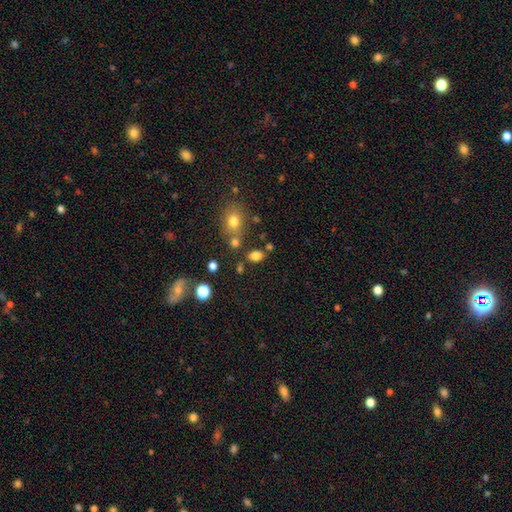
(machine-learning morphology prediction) type=smooth (81%); roundness=in between (81%); merging=none (71%).